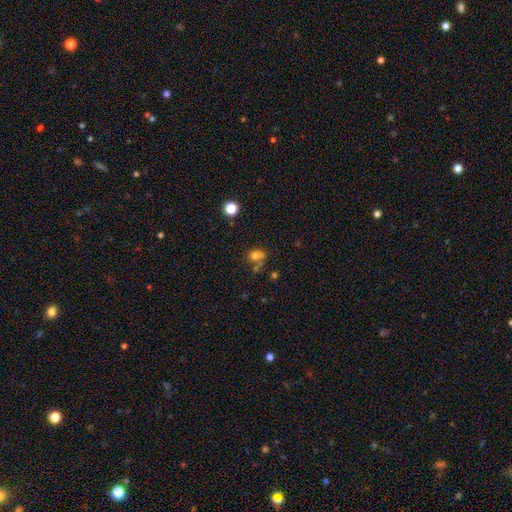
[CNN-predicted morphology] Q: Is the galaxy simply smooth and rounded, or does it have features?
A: smooth — 67%.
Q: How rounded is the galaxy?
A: round — 70%.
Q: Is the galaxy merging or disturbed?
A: none — 44%.